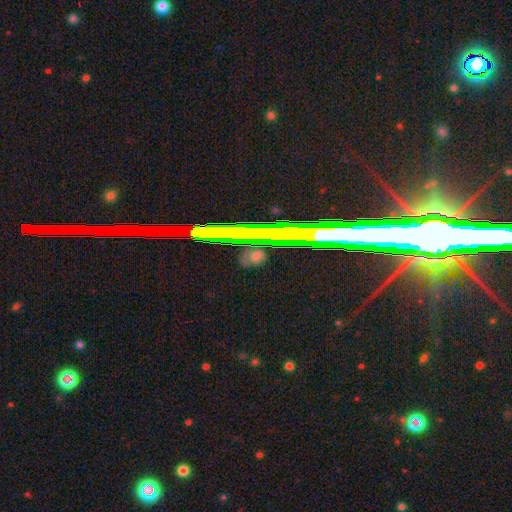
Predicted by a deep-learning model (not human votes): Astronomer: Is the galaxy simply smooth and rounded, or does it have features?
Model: star or artifact — 53% (runner-up: smooth, 33%).